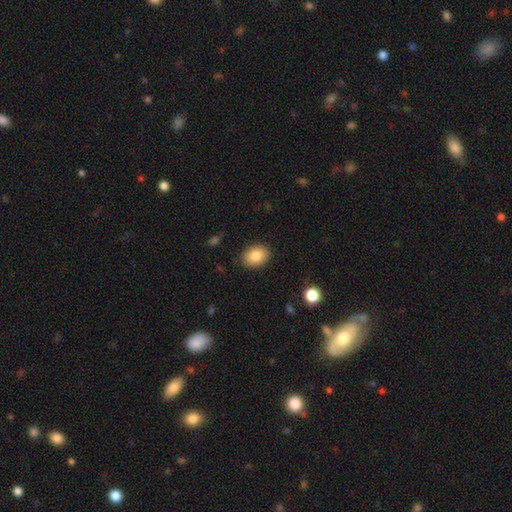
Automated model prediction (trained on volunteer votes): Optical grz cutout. It shows a smooth galaxy with no disk features (84%) that is in between round and cigar-shaped (78%). Merging: none (88%).